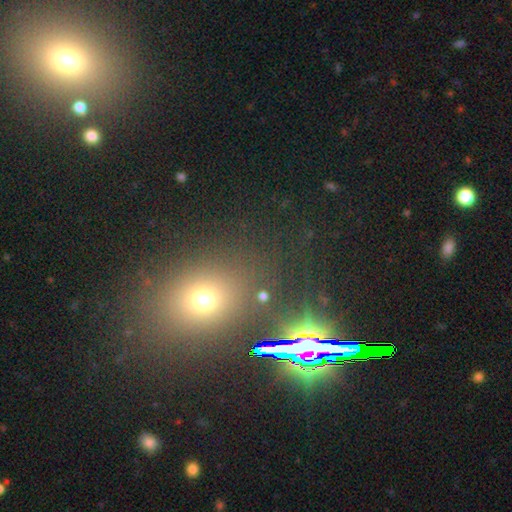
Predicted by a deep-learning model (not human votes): Smooth or featured?
  - smooth: 47% *
  - star or artifact: 43%
  - featured or disk: 10%
Merging?
  - none: 84% *
  - minor disturbance: 8%
  - major disturbance: 5%
  - merger: 3%